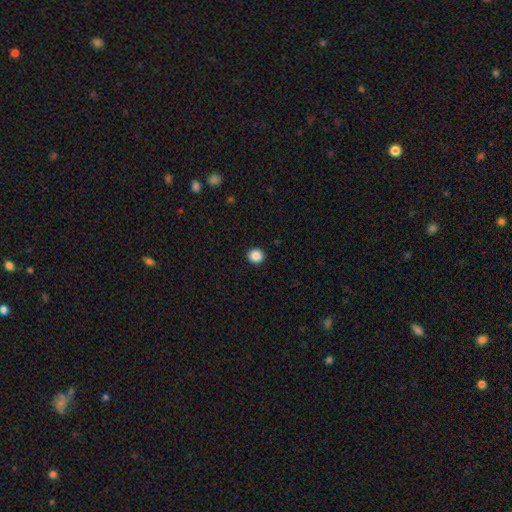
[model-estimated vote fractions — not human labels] Morphology: type=smooth (87%); roundness=round (91%); merging=none (93%).